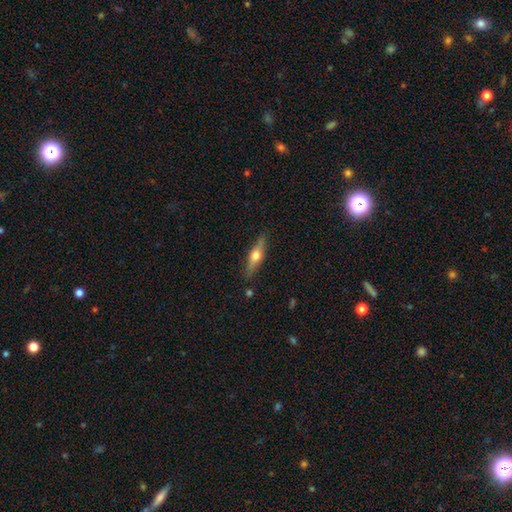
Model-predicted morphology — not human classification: Smooth or featured?
  - featured or disk: 59% *
  - smooth: 35%
  - star or artifact: 6%
Edge-on disk?
  - yes: 94% *
  - no: 6%
Edge-on bulge?
  - rounded: 95% *
  - boxy: 3%
  - none: 2%
Merging?
  - none: 87% *
  - minor disturbance: 9%
  - major disturbance: 2%
  - merger: 2%